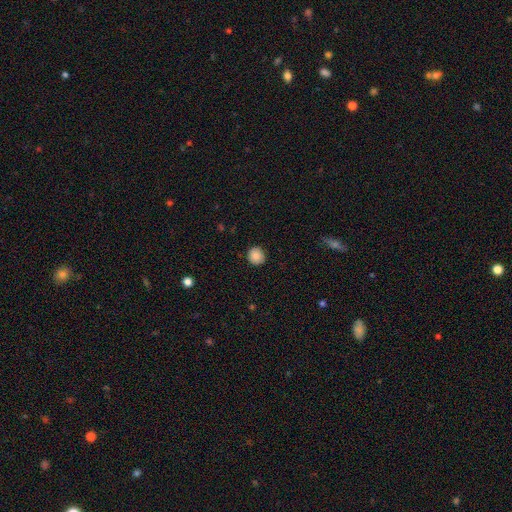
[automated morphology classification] smooth 87%, star or artifact 9%, featured or disk 5%. Down the decision tree: how rounded — round (89%); merging — none (91%).